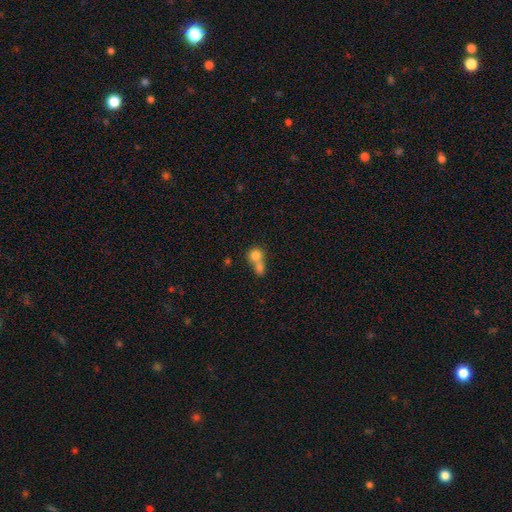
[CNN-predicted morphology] Q: Smooth or featured?
A: smooth (78%); runner-up: featured or disk (11%)
Q: How rounded?
A: round (78%); runner-up: in between (21%)
Q: Merging?
A: merger (64%); runner-up: none (27%)